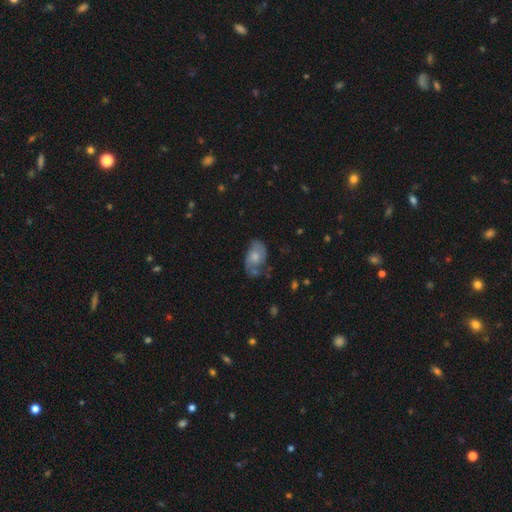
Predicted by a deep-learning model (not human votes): This appears to be a featured or disk galaxy (64%) with no bar (73%), 2 (70%) medium (44%) spiral arms (86%) and a moderate central bulge (51%). Merging: none (62%).